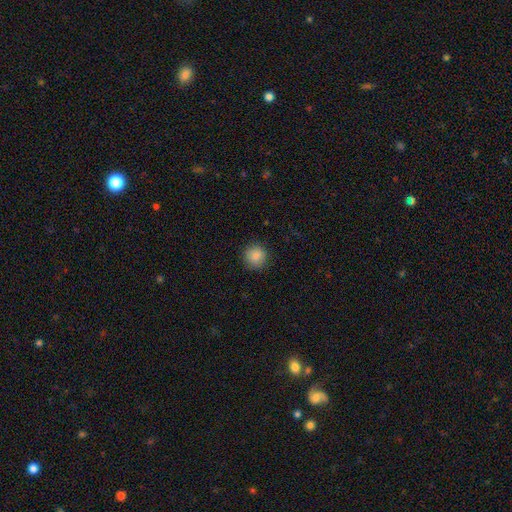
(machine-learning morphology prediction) type=smooth (87%); roundness=round (93%); merging=none (90%).